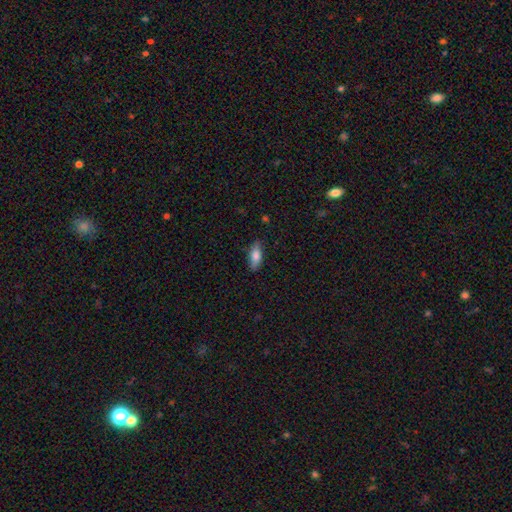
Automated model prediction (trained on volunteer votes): A smooth galaxy with no disk features (78%) that is in between round and cigar-shaped (75%). Merging: none (82%).